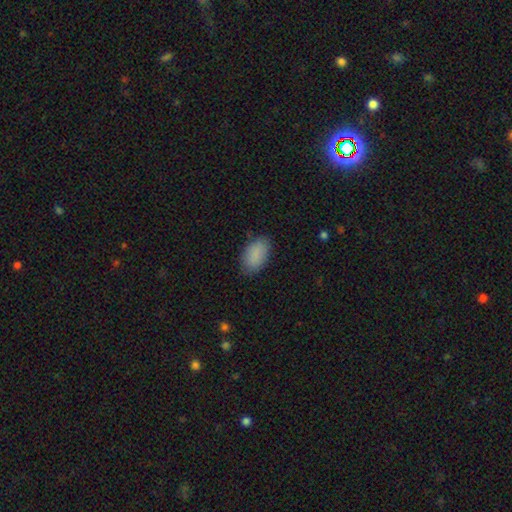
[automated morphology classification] Smooth or featured: smooth — 89% (star or artifact — 7%)
How rounded: in between — 93% (round — 5%)
Merging: none — 82% (minor disturbance — 14%)